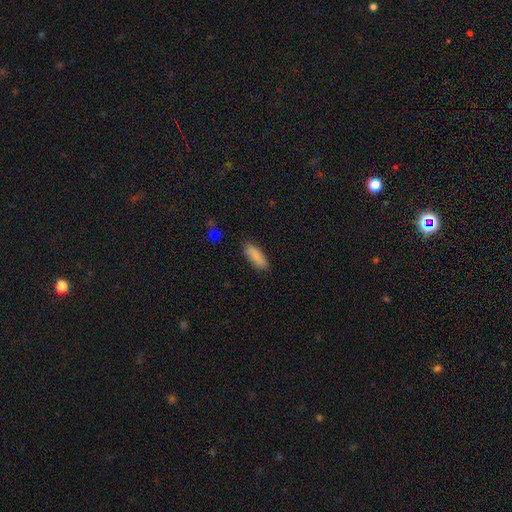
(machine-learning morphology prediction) Overall: smooth (88%). How rounded: in between (66%; cigar-shaped 32%). Merging: none (82%).